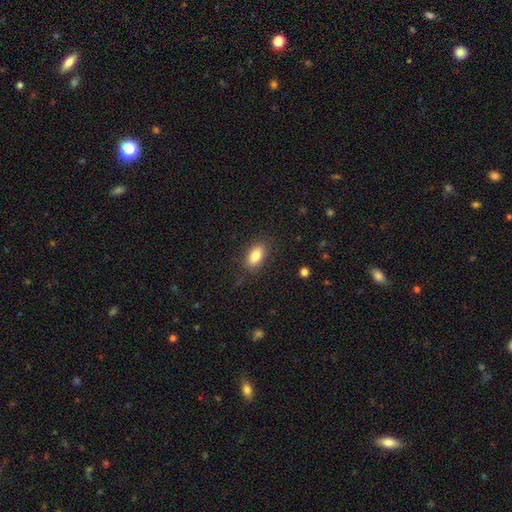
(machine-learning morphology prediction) Smooth or featured?
  - smooth: 84% *
  - featured or disk: 8%
  - star or artifact: 8%
How rounded?
  - in between: 90% *
  - round: 6%
  - cigar-shaped: 5%
Merging?
  - none: 86% *
  - minor disturbance: 10%
  - major disturbance: 3%
  - merger: 1%